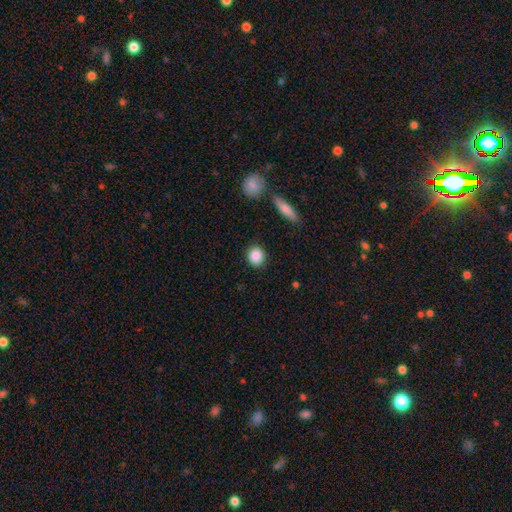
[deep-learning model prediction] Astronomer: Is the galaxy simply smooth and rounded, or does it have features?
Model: smooth — 87%.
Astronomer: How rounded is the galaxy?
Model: round — 78%.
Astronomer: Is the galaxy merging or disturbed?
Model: none — 88%.